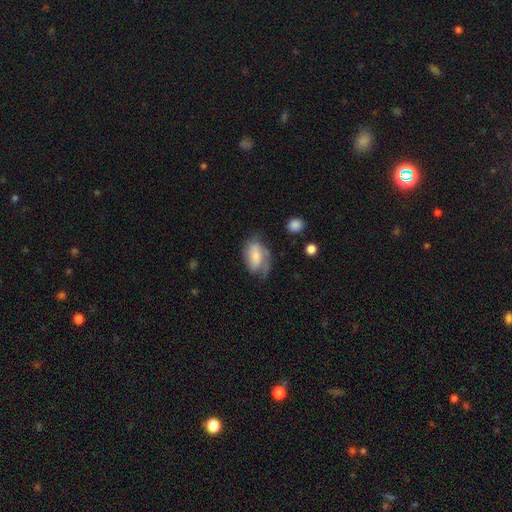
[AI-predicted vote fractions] smooth-or-featured: smooth: 57% | featured or disk: 36% | star or artifact: 7%
  how-rounded: in between: 88% | round: 10% | cigar-shaped: 2%
  merging: none: 43% | minor disturbance: 32% | major disturbance: 23% | merger: 3%